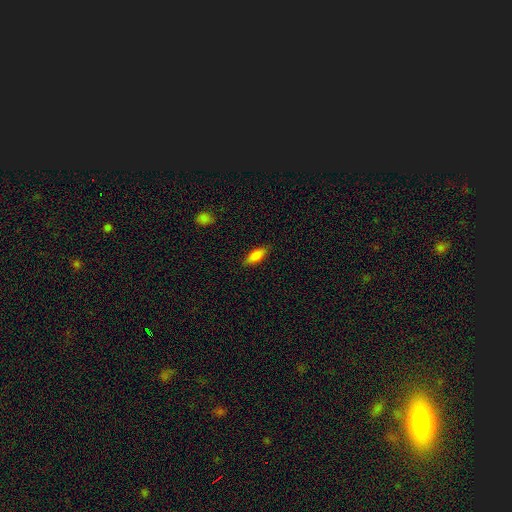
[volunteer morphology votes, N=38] A smooth galaxy with no disk features (58%) that is in between round and cigar-shaped (55%). Merging: none (92%).